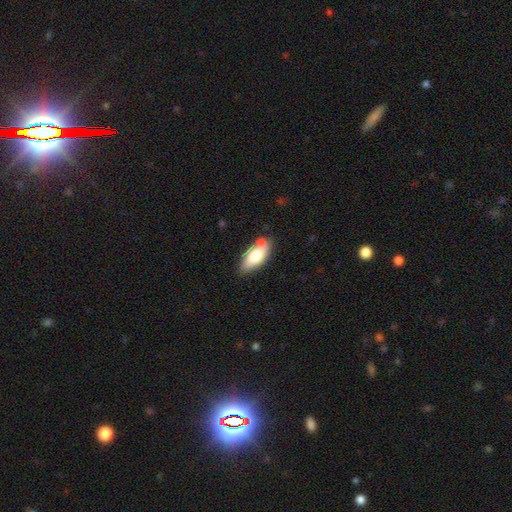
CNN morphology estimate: Smooth or featured? smooth (73%)
How rounded? in between (85%)
Merging? none (65%)